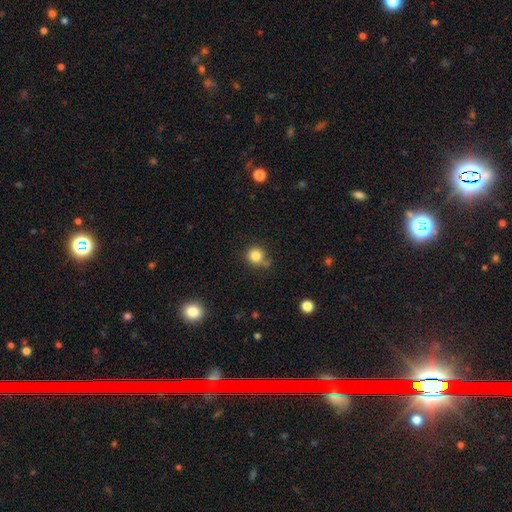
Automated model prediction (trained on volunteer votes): Smooth or featured: smooth — 82% (star or artifact — 11%)
How rounded: round — 90% (in between — 9%)
Merging: none — 65% (minor disturbance — 19%)